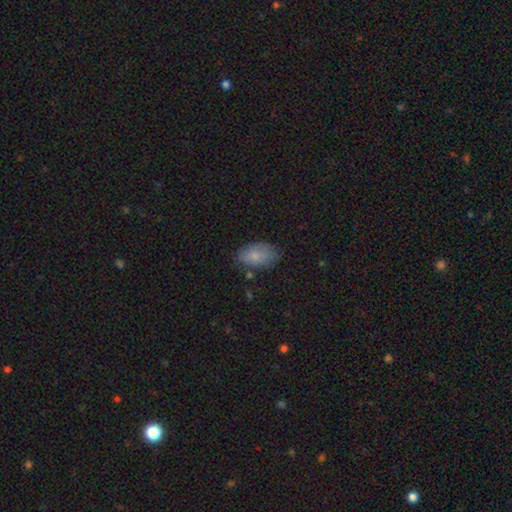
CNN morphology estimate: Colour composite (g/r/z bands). It shows a smooth galaxy with no disk features (81%) that is in between round and cigar-shaped (93%). Merging: none (69%).